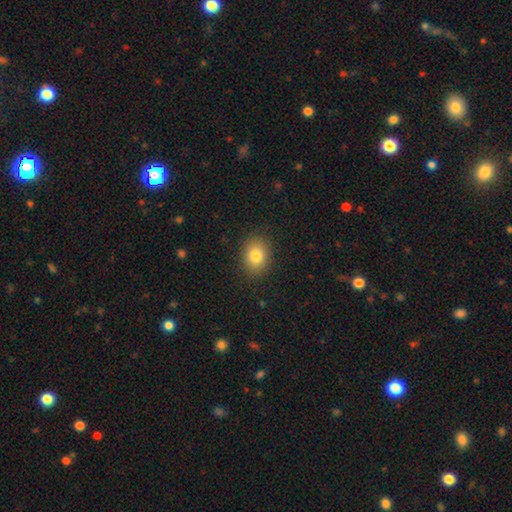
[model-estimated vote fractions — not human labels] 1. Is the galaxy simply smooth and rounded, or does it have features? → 81% smooth, 10% star or artifact, 8% featured or disk.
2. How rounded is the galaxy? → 53% in between, 46% round, 1% cigar-shaped.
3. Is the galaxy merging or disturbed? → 88% none, 8% minor disturbance, 3% major disturbance, 1% merger.